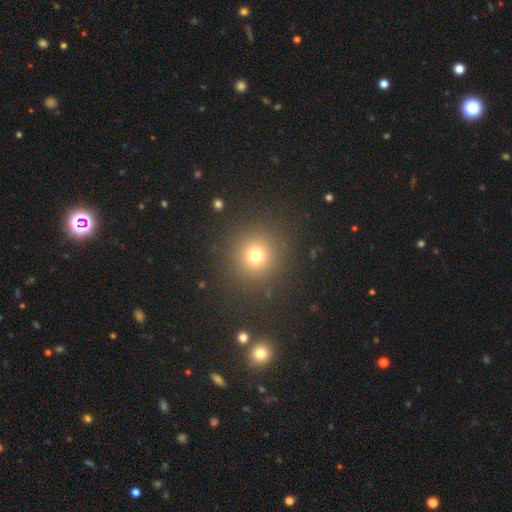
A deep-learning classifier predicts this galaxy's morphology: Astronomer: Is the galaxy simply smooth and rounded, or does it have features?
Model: smooth — 72%.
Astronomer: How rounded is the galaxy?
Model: round — 94%.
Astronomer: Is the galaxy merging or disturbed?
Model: none — 89%.